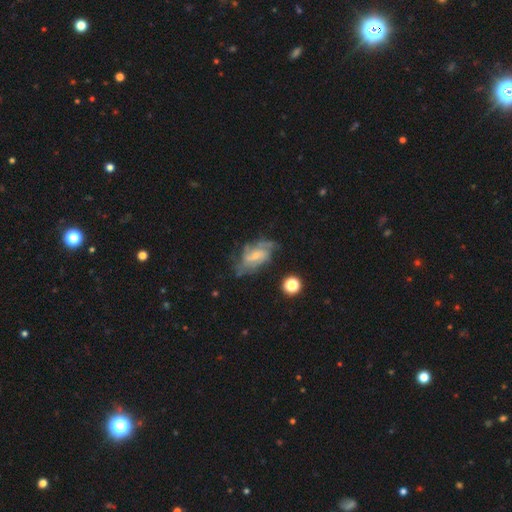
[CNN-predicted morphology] A featured or disk galaxy (75%) with a weak bar (47%), 2 (38%) medium (45%) spiral arms (87%) and a small central bulge (53%). Merging: none (50%).